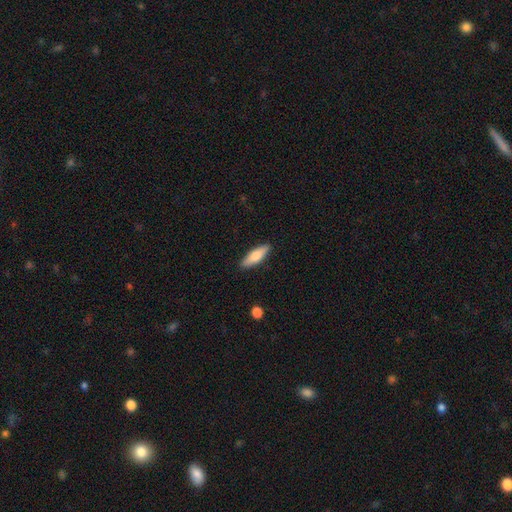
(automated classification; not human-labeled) This appears to be a smooth galaxy with no disk features (74%) that is cigar-shaped (51%). Merging: none (89%).